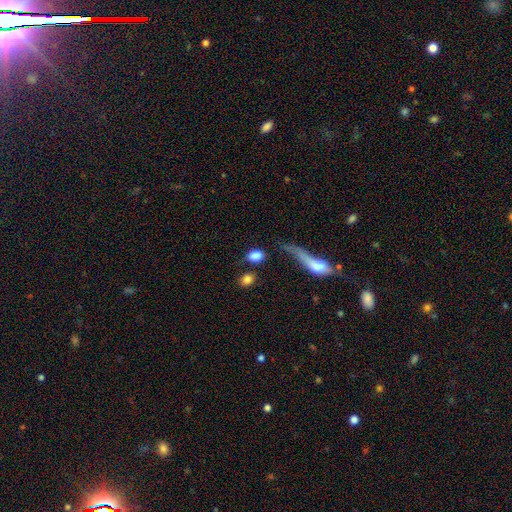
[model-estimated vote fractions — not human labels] smooth 84%, featured or disk 9%, star or artifact 8%. Down the decision tree: how rounded — in between (77%); merging — none (60%).